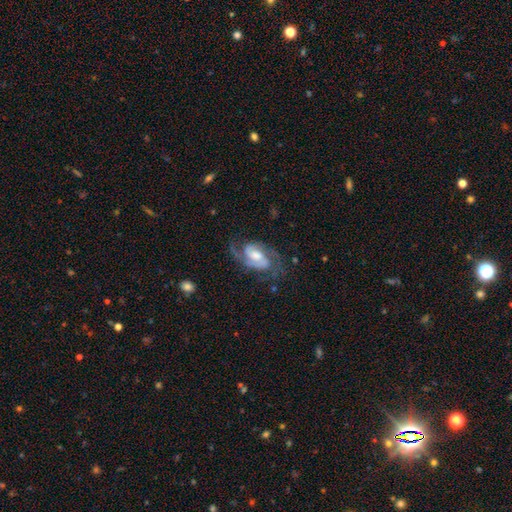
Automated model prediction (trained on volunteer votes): This is clearly a featured or disk galaxy (88%). It is clearly not viewed edge-on (97%). Bar: possibly weak (46%). Spiral arm pattern: clearly yes (97%). Spiral arm count: clearly 2 (85%). Spiral winding: possibly medium (53%). Central bulge: possibly moderate (53%). Merging: likely none (70%).